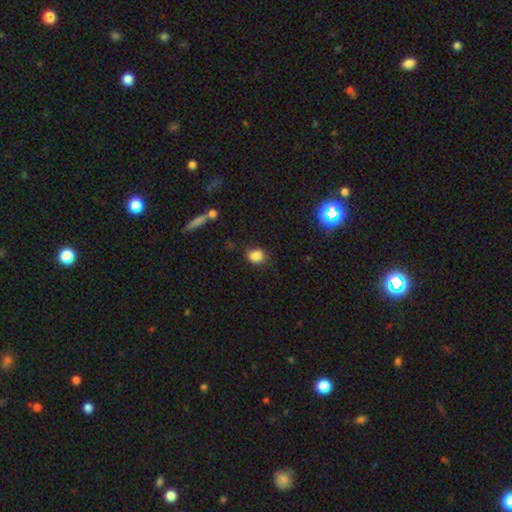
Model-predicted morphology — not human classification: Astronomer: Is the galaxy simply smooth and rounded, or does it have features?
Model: smooth — 83%.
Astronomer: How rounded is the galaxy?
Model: round — 59% (runner-up: in between, 39%).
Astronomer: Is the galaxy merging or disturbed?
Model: none — 75%.